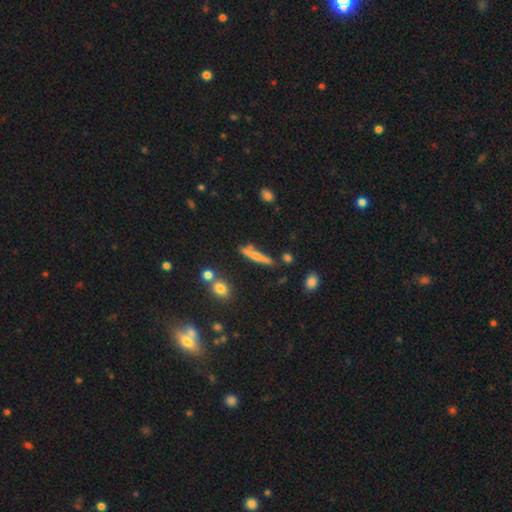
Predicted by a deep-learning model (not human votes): smooth_or_featured: smooth (p=0.49) [alt: featured or disk p=0.43]
merging: none (p=0.74) [alt: minor disturbance p=0.13]